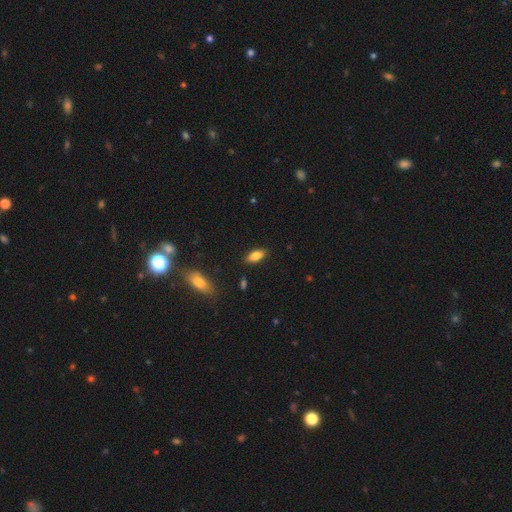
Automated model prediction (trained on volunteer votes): Smooth or featured? smooth (79%)
How rounded? in between (86%)
Merging? none (86%)